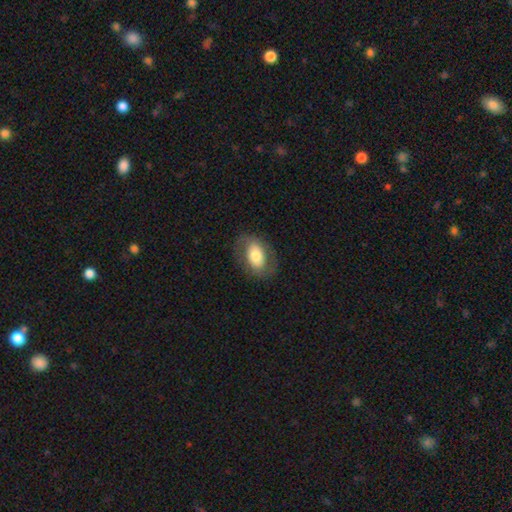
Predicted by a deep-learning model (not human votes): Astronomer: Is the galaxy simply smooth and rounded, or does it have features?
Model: smooth — 57% (runner-up: featured or disk, 36%).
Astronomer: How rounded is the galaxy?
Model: in between — 85%.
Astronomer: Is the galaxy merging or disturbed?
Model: none — 78%.